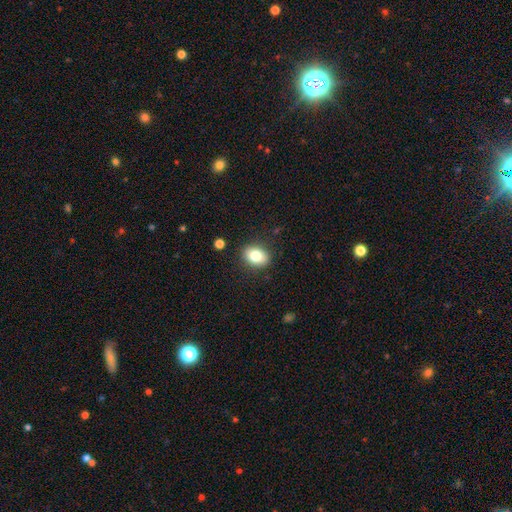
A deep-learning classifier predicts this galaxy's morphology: Q: Smooth or featured?
A: smooth (80%); runner-up: featured or disk (11%)
Q: How rounded?
A: in between (63%); runner-up: round (36%)
Q: Merging?
A: none (87%); runner-up: minor disturbance (9%)